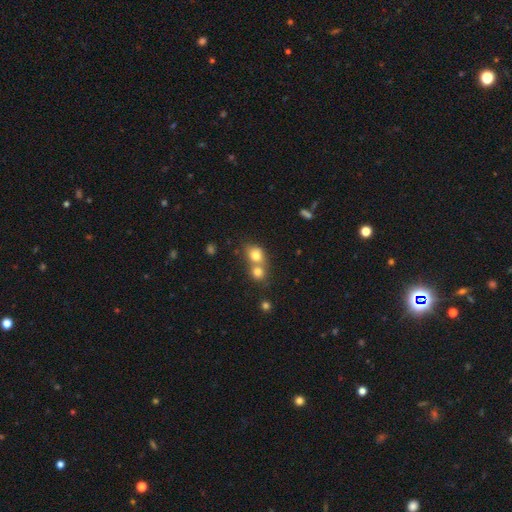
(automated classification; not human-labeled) A smooth galaxy with no disk features (77%) that is round (66%). Merging: merger (61%).